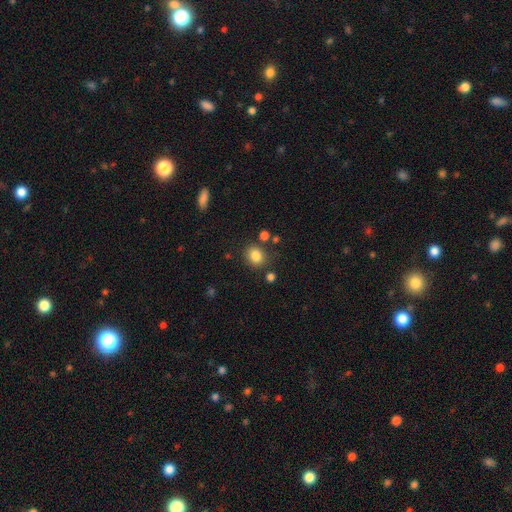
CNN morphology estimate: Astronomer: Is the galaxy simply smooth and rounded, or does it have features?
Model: smooth — 83%.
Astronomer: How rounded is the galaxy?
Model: round — 69%.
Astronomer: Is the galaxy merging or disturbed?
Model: none — 80%.